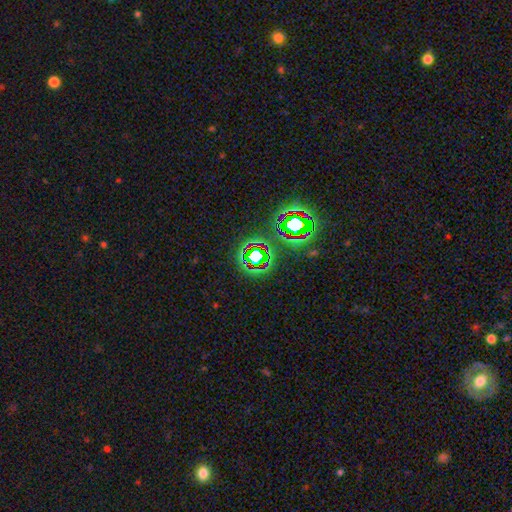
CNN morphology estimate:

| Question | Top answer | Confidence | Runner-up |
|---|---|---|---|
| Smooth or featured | star or artifact | 70% | smooth (17%) |